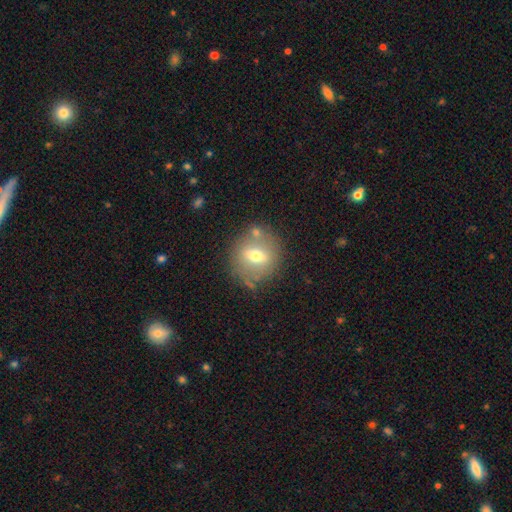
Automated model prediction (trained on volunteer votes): smooth-or-featured: smooth: 55% | featured or disk: 35% | star or artifact: 10%
  how-rounded: round: 82% | in between: 17% | cigar-shaped: 1%
  merging: none: 73% | minor disturbance: 14% | merger: 9% | major disturbance: 5%